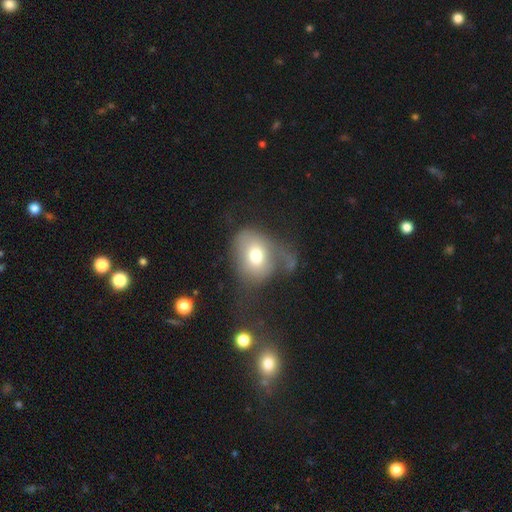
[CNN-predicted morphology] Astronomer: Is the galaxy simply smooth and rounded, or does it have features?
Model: smooth — 65%.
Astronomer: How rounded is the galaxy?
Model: in between — 54% (runner-up: round, 45%).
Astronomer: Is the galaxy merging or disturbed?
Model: major disturbance — 45% (runner-up: none, 26%).